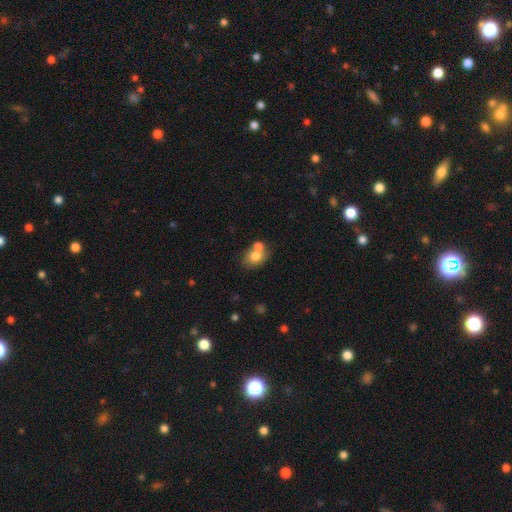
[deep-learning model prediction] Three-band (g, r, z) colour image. It shows a smooth galaxy with no disk features (76%) that is in between round and cigar-shaped (53%). Merging: none (45%).